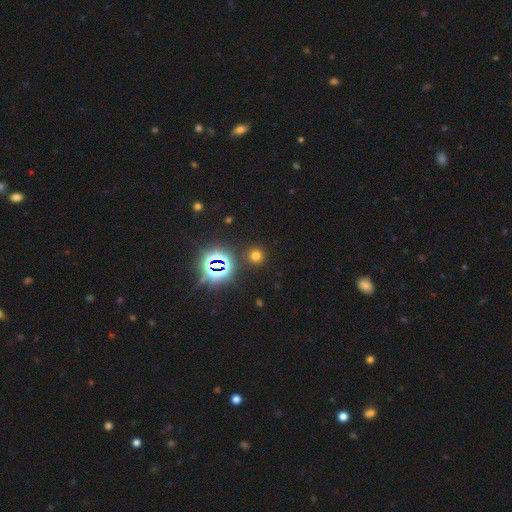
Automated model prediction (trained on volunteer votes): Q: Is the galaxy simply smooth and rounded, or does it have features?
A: smooth — 62%.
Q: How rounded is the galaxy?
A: round — 92%.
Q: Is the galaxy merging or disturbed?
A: none — 88%.